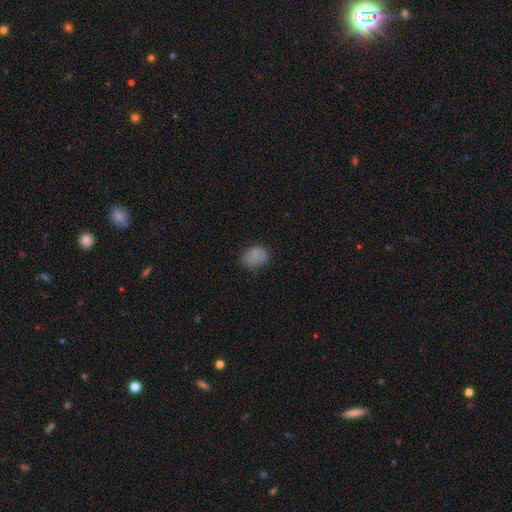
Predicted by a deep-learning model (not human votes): Smooth or featured? smooth (80%)
How rounded? in between (68%)
Merging? none (65%)